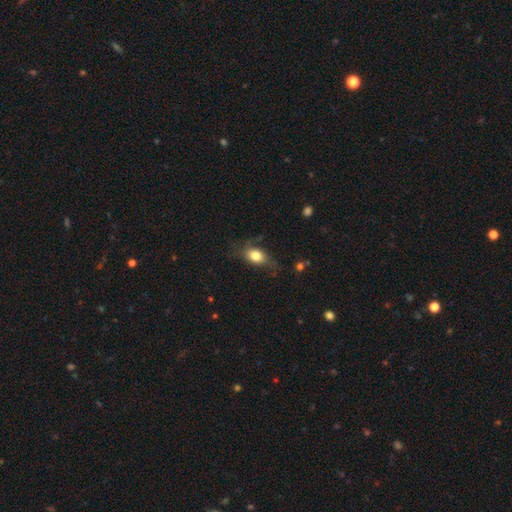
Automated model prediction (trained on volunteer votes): This is likely a smooth galaxy (76%). How rounded: likely in between (80%). Merging: possibly none (57%).